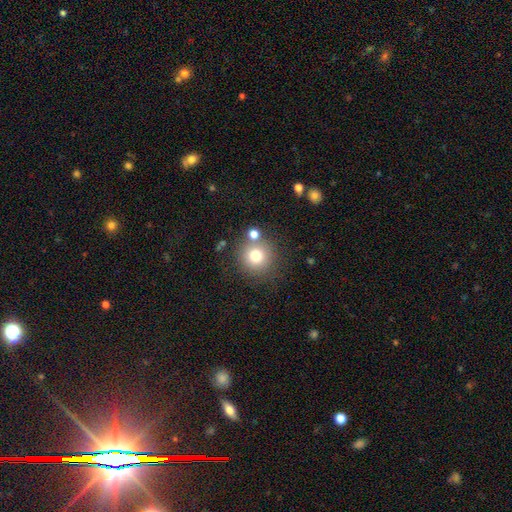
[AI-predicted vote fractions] A smooth galaxy with no disk features (75%) that is round (93%).

Vote fractions:
- Smooth or featured? smooth: 75% / star or artifact: 13% / featured or disk: 12%
- How rounded? round: 93% / in between: 6% / cigar-shaped: 1%
- Merging? none: 74% / merger: 12% / minor disturbance: 10% / major disturbance: 4%